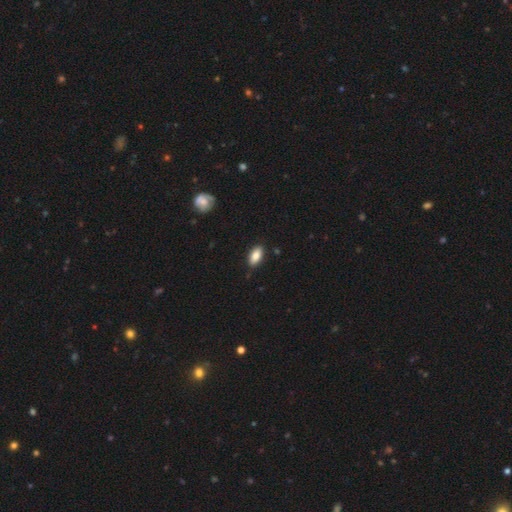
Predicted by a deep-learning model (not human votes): Smooth or featured? Predicted: smooth (p=0.86). How rounded? Predicted: in between (p=0.91). Merging? Predicted: none (p=0.86).